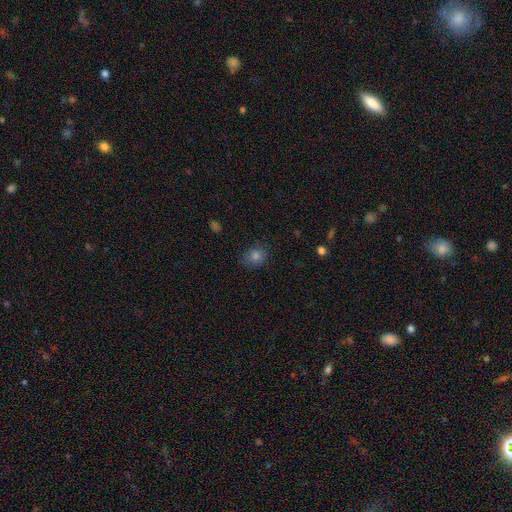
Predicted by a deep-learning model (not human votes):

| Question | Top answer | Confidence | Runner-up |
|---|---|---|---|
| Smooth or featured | smooth | 78% | star or artifact (14%) |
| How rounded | round | 69% | in between (30%) |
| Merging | none | 82% | minor disturbance (14%) |